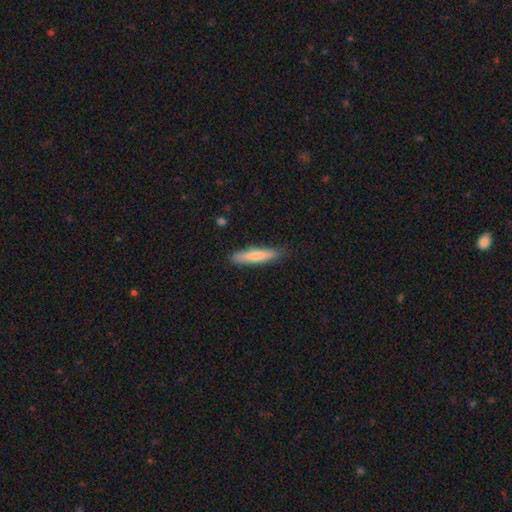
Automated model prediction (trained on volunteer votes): The model was most divided on "smooth or featured": smooth: 77%, featured or disk: 18%, star or artifact: 6%. More confident: how rounded — cigar-shaped (85%); merging — none (84%).